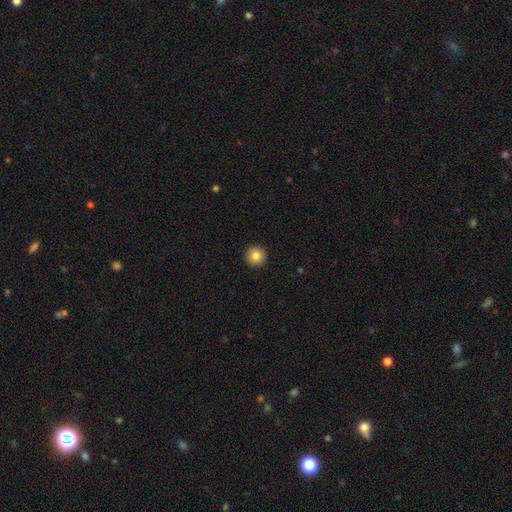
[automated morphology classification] Smooth or featured?
  - smooth: 85% *
  - star or artifact: 10%
  - featured or disk: 6%
How rounded?
  - round: 96% *
  - in between: 3%
  - cigar-shaped: 1%
Merging?
  - none: 93% *
  - minor disturbance: 4%
  - major disturbance: 1%
  - merger: 1%